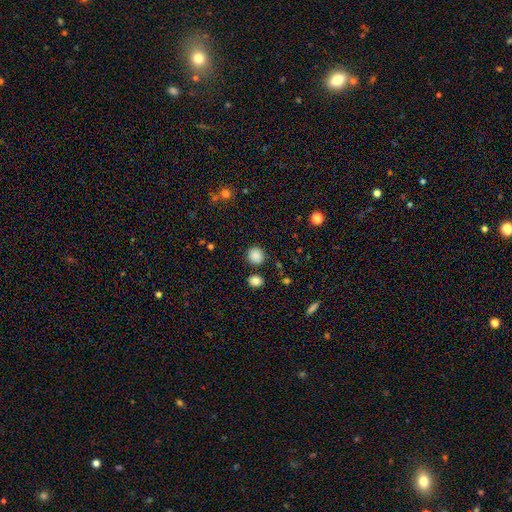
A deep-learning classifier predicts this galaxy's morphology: A smooth galaxy with no disk features (87%) that is round (87%).

Vote fractions:
- Smooth or featured? smooth: 87% / star or artifact: 10% / featured or disk: 3%
- How rounded? round: 87% / in between: 12% / cigar-shaped: 1%
- Merging? none: 86% / minor disturbance: 8% / merger: 4% / major disturbance: 3%